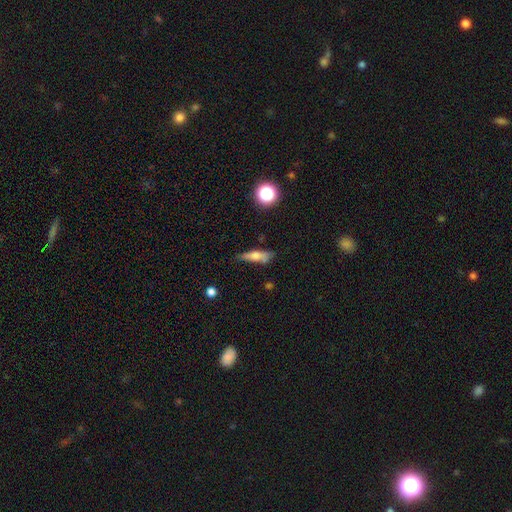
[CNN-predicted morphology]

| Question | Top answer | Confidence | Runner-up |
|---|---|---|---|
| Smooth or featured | smooth | 58% | featured or disk (33%) |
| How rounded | cigar-shaped | 62% | in between (34%) |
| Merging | none | 64% | minor disturbance (24%) |